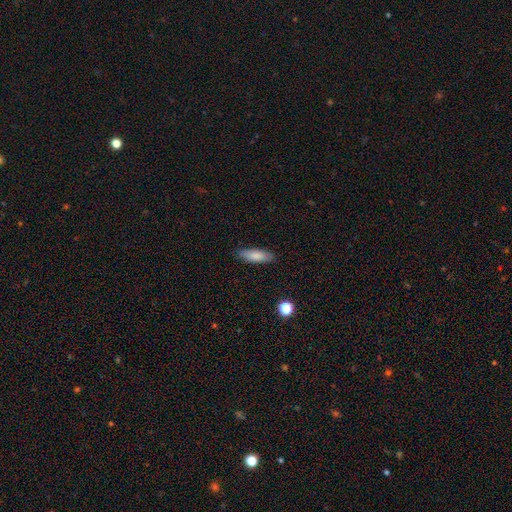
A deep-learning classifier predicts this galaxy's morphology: Smooth or featured? Predicted: smooth (p=0.83). How rounded? Predicted: in between (p=0.55). Merging? Predicted: none (p=0.86).